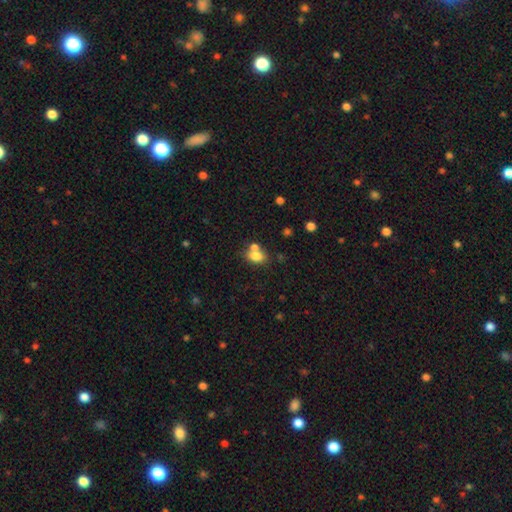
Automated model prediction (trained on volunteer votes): The model was most divided on "merging": none: 47%, merger: 37%, minor disturbance: 12%, major disturbance: 5%. More confident: smooth or featured — smooth (78%); how rounded — in between (77%).